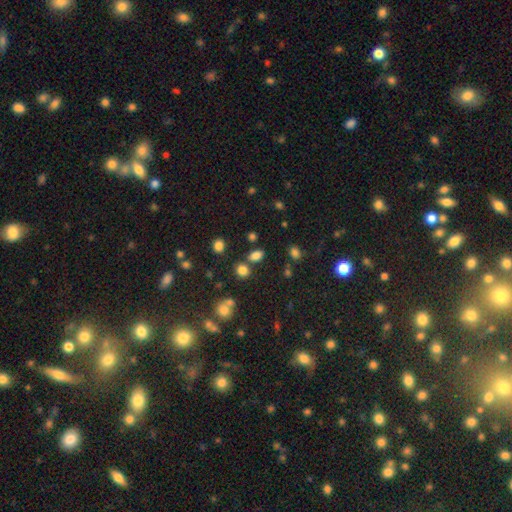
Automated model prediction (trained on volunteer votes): Q: Smooth or featured?
A: smooth (78%); runner-up: star or artifact (16%)
Q: How rounded?
A: in between (76%); runner-up: round (22%)
Q: Merging?
A: none (72%); runner-up: merger (13%)